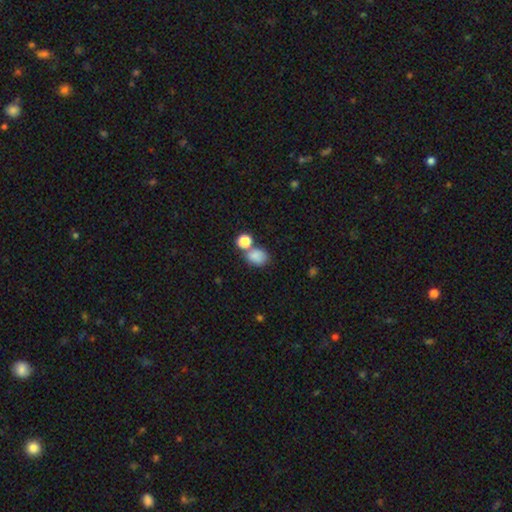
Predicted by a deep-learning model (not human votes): Smooth or featured? Predicted: smooth (p=0.82). How rounded? Predicted: in between (p=0.54). Merging? Predicted: none (p=0.50).